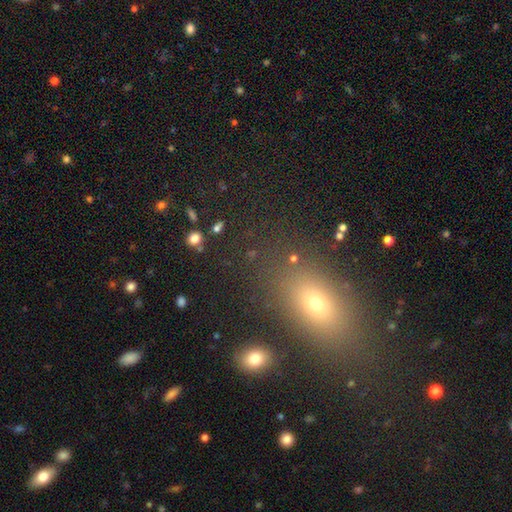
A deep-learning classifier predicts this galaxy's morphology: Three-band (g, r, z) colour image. It shows a smooth galaxy with no disk features (62%) that is in between round and cigar-shaped (72%). Merging: none (80%).